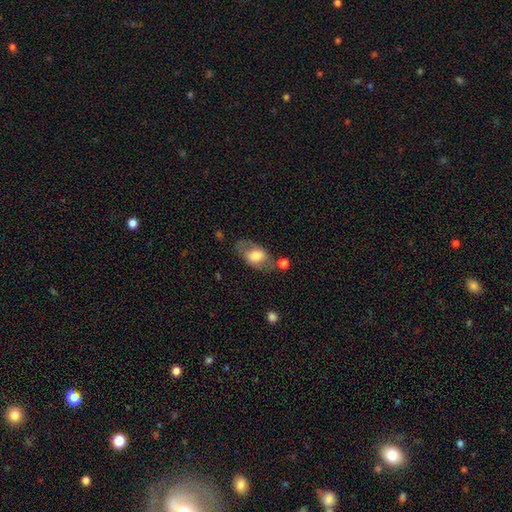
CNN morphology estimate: Smooth or featured: smooth — 60% (featured or disk — 33%)
How rounded: in between — 86% (round — 12%)
Merging: none — 54% (minor disturbance — 22%)